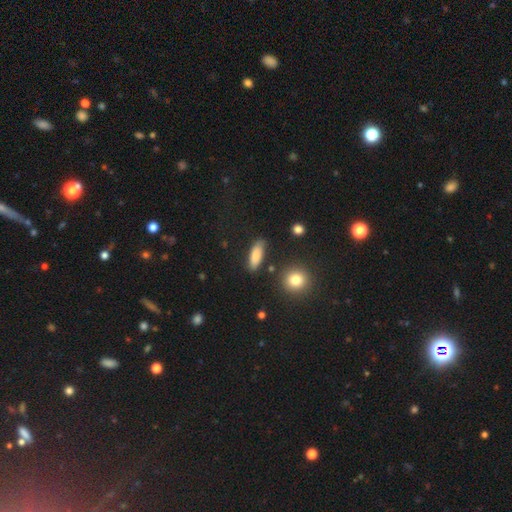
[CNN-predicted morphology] Smooth or featured?
  - smooth: 81% *
  - featured or disk: 11%
  - star or artifact: 8%
How rounded?
  - in between: 66% *
  - cigar-shaped: 30%
  - round: 4%
Merging?
  - none: 79% *
  - minor disturbance: 14%
  - major disturbance: 4%
  - merger: 3%